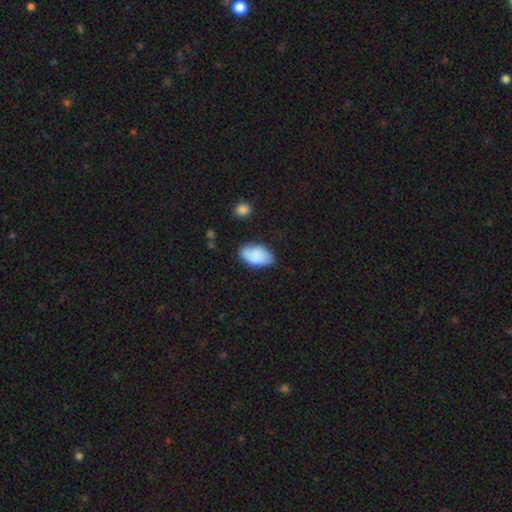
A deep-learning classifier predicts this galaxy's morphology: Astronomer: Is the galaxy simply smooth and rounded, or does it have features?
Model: smooth — 85%.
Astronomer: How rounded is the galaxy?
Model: in between — 94%.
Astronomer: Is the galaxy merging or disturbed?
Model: none — 71%.